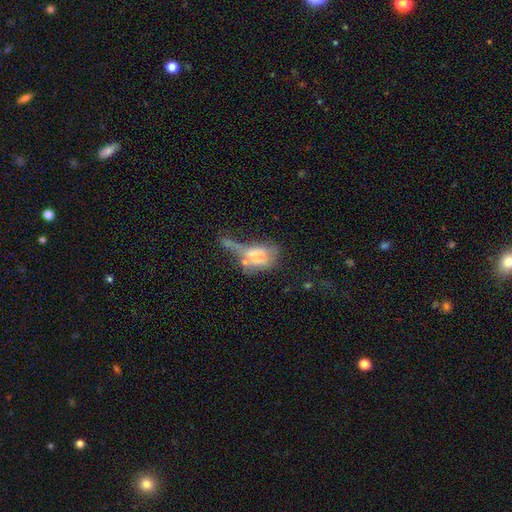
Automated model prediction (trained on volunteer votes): Q: Smooth or featured?
A: smooth (45%); runner-up: featured or disk (41%)
Q: Merging?
A: major disturbance (37%); runner-up: merger (30%)